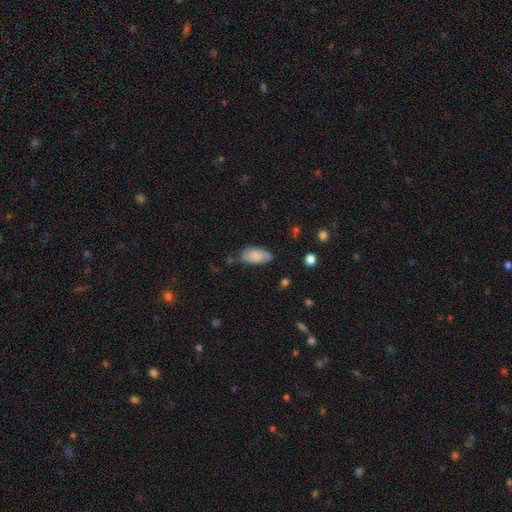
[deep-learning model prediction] Morphology: type=smooth (59%); roundness=in between (93%); merging=none (67%).